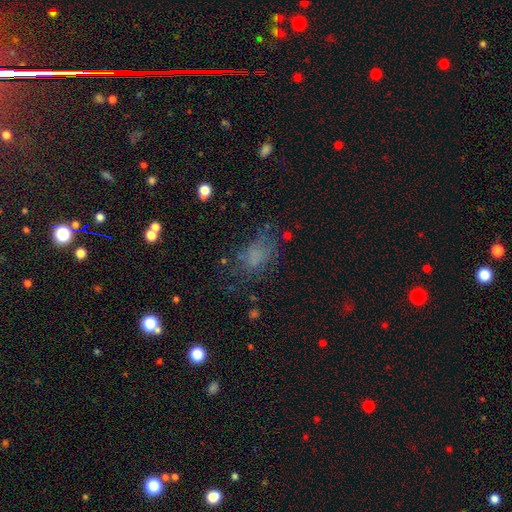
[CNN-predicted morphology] The model was most divided on "merging": none: 51%, major disturbance: 23%, minor disturbance: 22%, merger: 3%. More confident: how rounded — in between (79%); smooth or featured — smooth (57%).